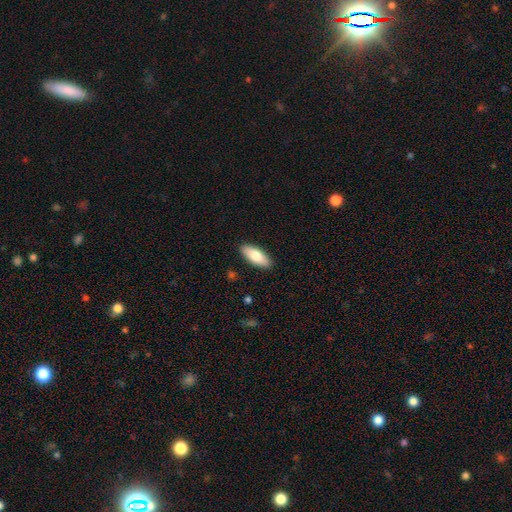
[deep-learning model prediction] The model was most divided on "how rounded": in between: 77%, cigar-shaped: 21%, round: 2%. More confident: merging — none (90%); smooth or featured — smooth (76%).